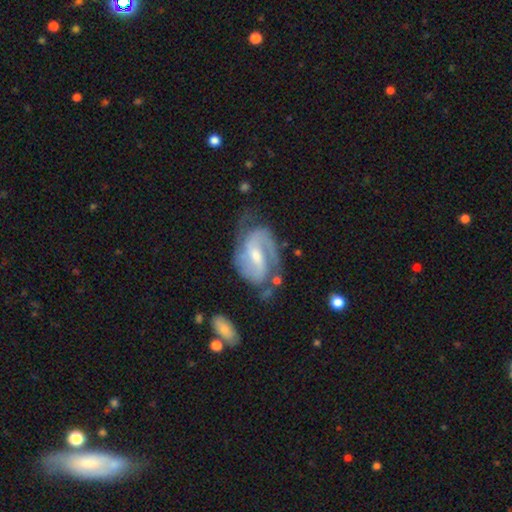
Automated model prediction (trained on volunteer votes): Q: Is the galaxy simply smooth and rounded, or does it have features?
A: featured or disk — 87%.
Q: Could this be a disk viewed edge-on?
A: no — 97%.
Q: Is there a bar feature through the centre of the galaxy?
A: weak — 48%.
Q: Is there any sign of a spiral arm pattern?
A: yes — 96%.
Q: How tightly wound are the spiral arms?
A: medium — 51%.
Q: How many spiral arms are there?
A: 2 — 81%.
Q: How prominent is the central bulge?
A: moderate — 49%.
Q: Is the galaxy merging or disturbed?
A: none — 62%.